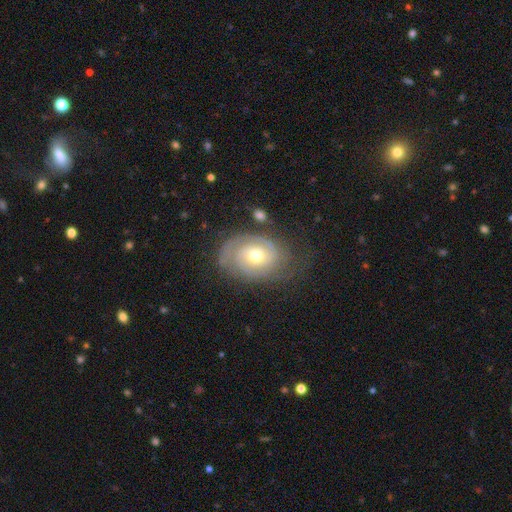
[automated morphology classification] featured or disk 79%, smooth 15%, star or artifact 6%. Down the decision tree: edge-on disk — no (96%); bar — no (75%); spiral arms — yes (91%); spiral arm count — 2 (42%); spiral winding — tight (69%); bulge size — moderate (59%); merging — none (67%).